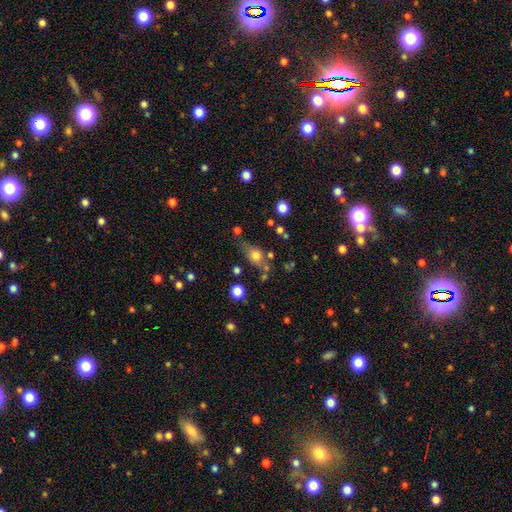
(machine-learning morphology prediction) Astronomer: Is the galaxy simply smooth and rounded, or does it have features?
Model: smooth — 68%.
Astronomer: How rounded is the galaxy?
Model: in between — 56% (runner-up: round, 36%).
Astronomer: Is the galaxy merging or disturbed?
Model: none — 56%.